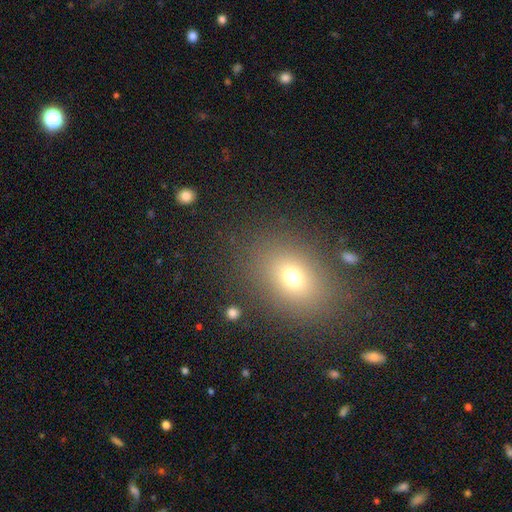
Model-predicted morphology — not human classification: Smooth or featured: smooth — 64% (star or artifact — 25%)
How rounded: in between — 64% (round — 35%)
Merging: none — 87% (minor disturbance — 8%)